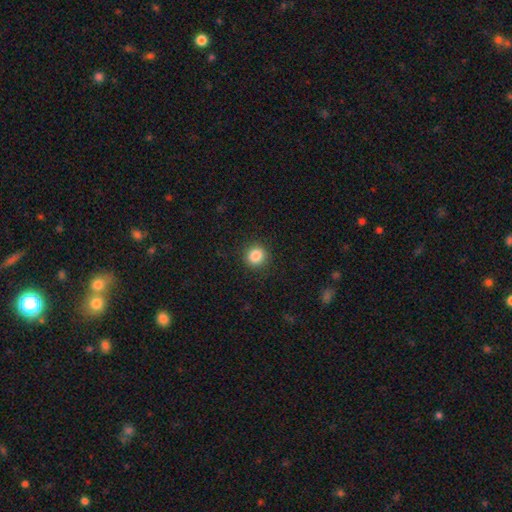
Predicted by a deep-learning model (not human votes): A smooth galaxy with no disk features (86%) that is round (89%). Merging: none (90%).